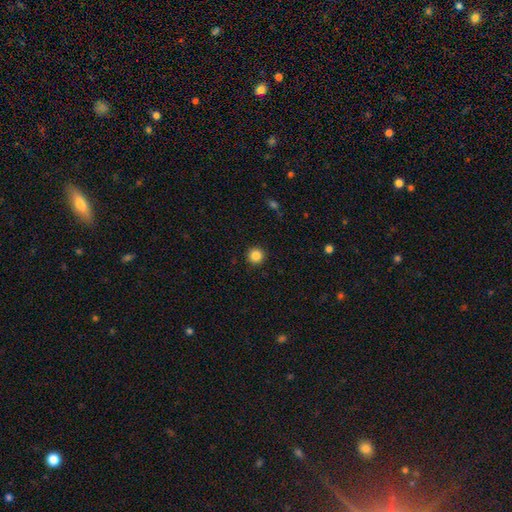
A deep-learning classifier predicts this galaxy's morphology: Smooth or featured?
  - smooth: 86% *
  - star or artifact: 10%
  - featured or disk: 4%
How rounded?
  - round: 96% *
  - in between: 3%
  - cigar-shaped: 1%
Merging?
  - none: 93% *
  - minor disturbance: 5%
  - major disturbance: 2%
  - merger: 1%